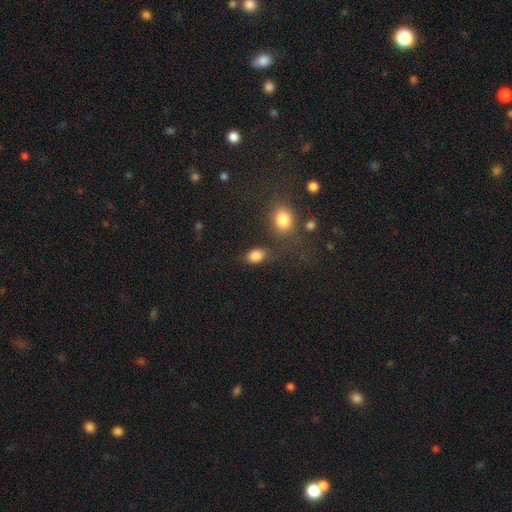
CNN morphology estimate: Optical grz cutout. It shows a smooth galaxy with no disk features (84%) that is in between round and cigar-shaped (74%). Merging: none (70%).